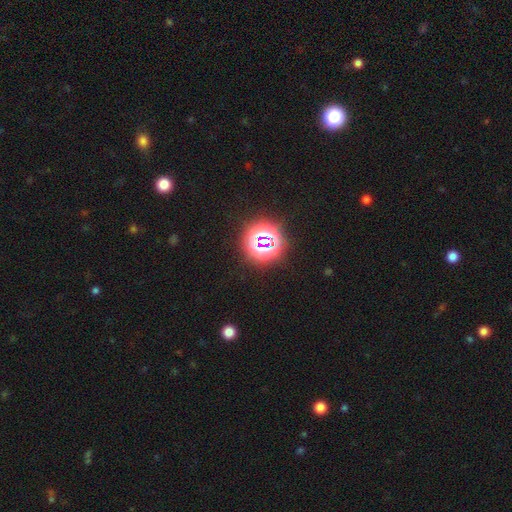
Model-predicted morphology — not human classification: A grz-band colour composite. It shows a star or artifact, not a galaxy (78%).